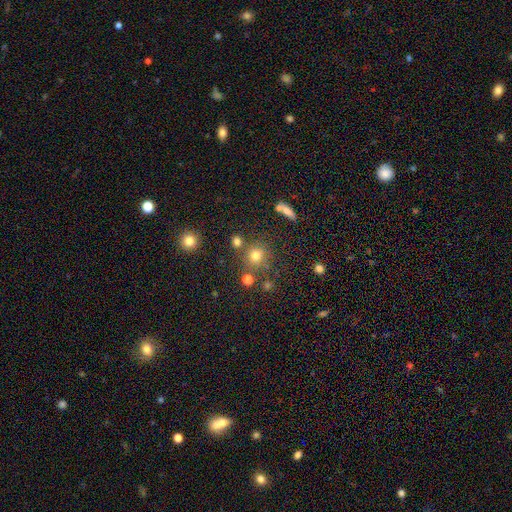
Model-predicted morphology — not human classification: Smooth or featured: smooth — 71% (star or artifact — 19%)
How rounded: round — 84% (in between — 15%)
Merging: none — 72% (merger — 12%)